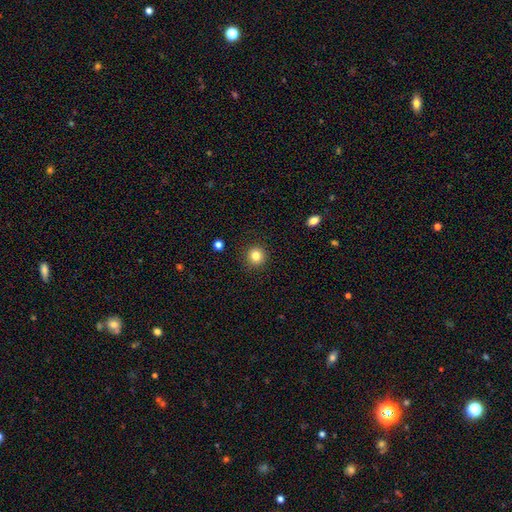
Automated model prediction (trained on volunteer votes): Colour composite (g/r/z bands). It shows a smooth galaxy with no disk features (83%) that is round (94%). Merging: none (91%).